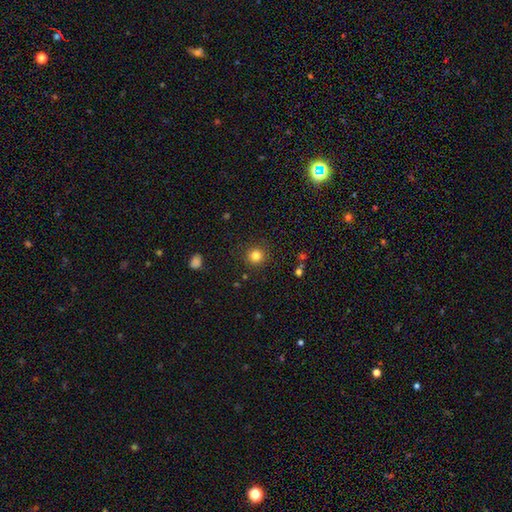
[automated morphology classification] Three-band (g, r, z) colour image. It shows a smooth galaxy with no disk features (82%) that is round (94%). Merging: none (90%).